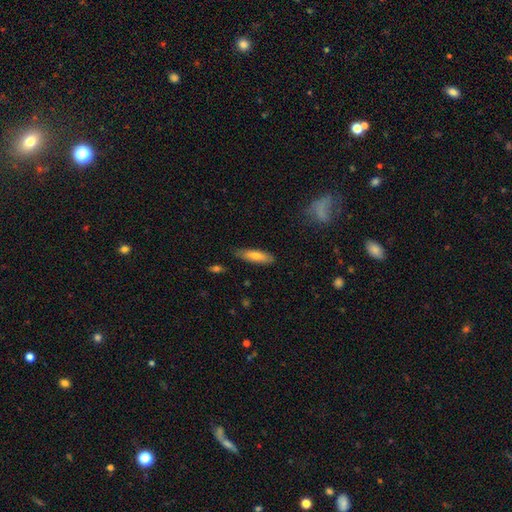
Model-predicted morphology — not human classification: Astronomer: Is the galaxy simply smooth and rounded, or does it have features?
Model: smooth — 72%.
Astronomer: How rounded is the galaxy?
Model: cigar-shaped — 64%.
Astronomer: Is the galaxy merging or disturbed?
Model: none — 83%.